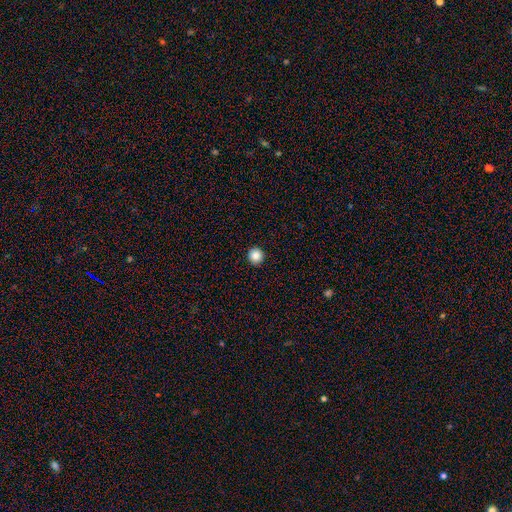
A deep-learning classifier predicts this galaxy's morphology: A smooth galaxy with no disk features (86%) that is round (95%).

Vote fractions:
- Smooth or featured? smooth: 86% / star or artifact: 10% / featured or disk: 4%
- How rounded? round: 95% / in between: 4% / cigar-shaped: 1%
- Merging? none: 93% / minor disturbance: 4% / major disturbance: 1% / merger: 1%